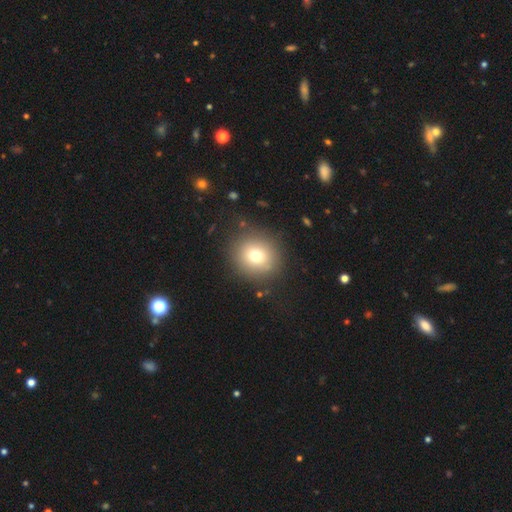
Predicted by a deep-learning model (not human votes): smooth_or_featured: smooth (p=0.74) [alt: star or artifact p=0.13]
how_rounded: round (p=0.90) [alt: in between p=0.09]
merging: none (p=0.87) [alt: minor disturbance p=0.08]